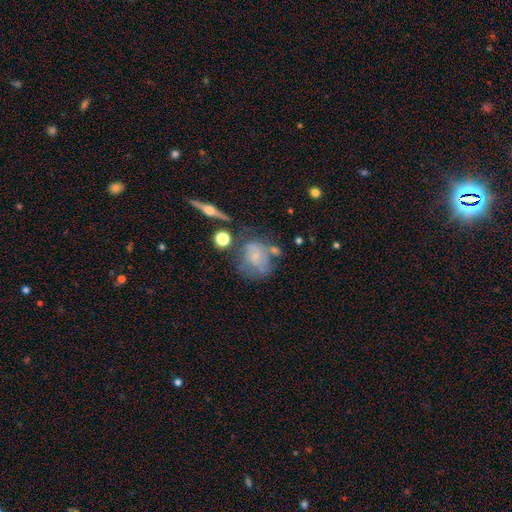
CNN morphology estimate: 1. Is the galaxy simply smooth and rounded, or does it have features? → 44% smooth (tied), 44% featured or disk (tied), 12% star or artifact.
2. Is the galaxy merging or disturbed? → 41% none, 25% minor disturbance, 20% major disturbance, 14% merger.